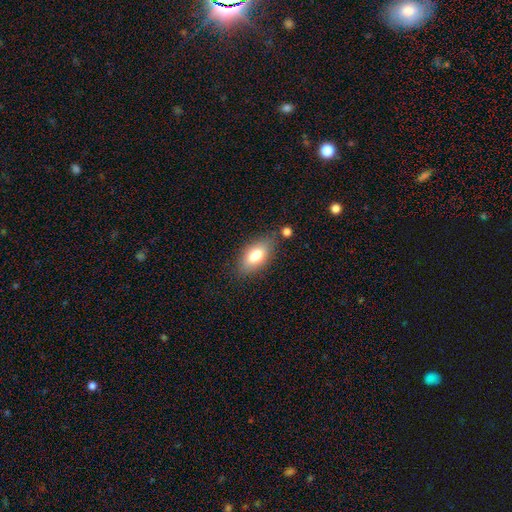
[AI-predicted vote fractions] Smooth or featured? smooth (78%)
How rounded? in between (90%)
Merging? none (75%)